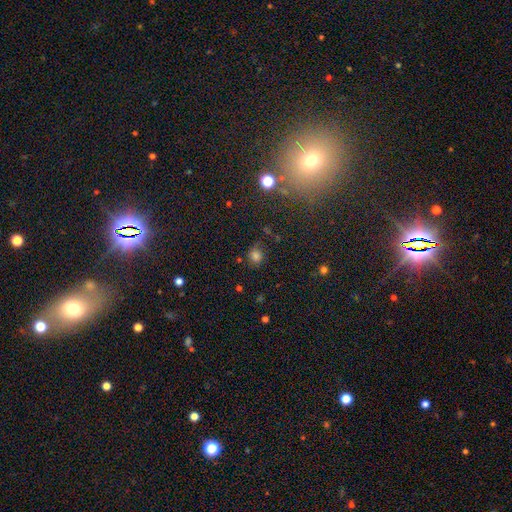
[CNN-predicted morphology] A smooth galaxy with no disk features (73%) that is round (81%). Merging: none (70%).